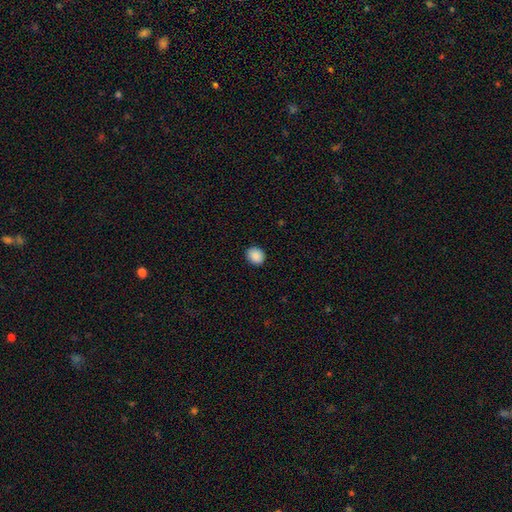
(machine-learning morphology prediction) This is clearly a smooth galaxy (89%). How rounded: likely round (70%). Merging: clearly none (91%).